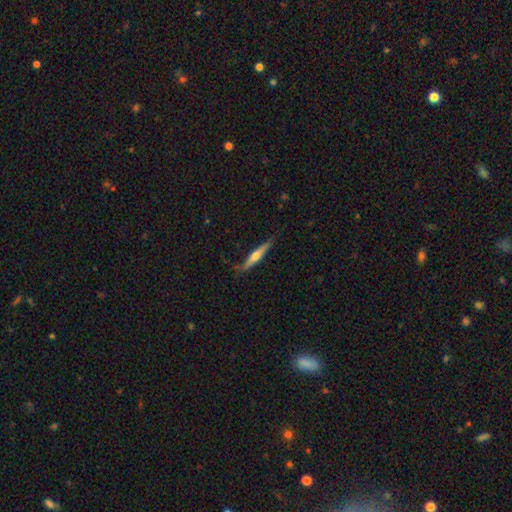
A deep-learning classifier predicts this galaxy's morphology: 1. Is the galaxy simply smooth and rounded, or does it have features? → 62% featured or disk, 33% smooth, 5% star or artifact.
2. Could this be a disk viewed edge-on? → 96% yes, 4% no.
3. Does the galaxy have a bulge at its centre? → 90% rounded, 6% none, 4% boxy.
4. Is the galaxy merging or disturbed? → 79% none, 17% minor disturbance, 3% major disturbance, 2% merger.